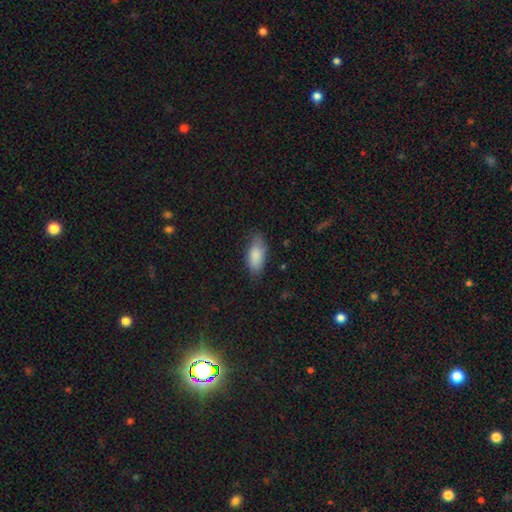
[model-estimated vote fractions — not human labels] Smooth or featured: smooth — 85% (featured or disk — 8%)
How rounded: in between — 88% (cigar-shaped — 10%)
Merging: none — 71% (minor disturbance — 23%)